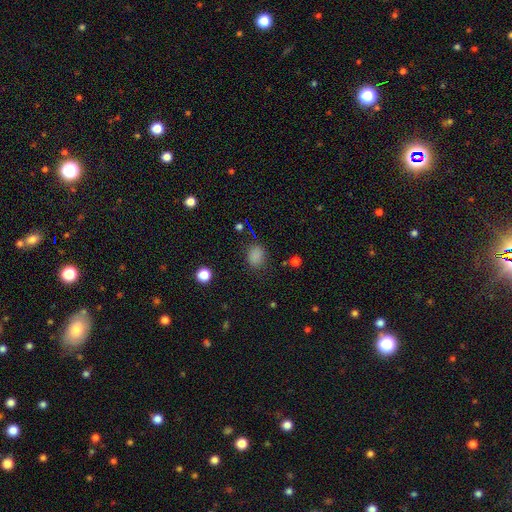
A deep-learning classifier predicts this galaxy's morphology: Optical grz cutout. It shows a smooth galaxy with no disk features (81%) that is in between round and cigar-shaped (56%). Merging: none (79%).